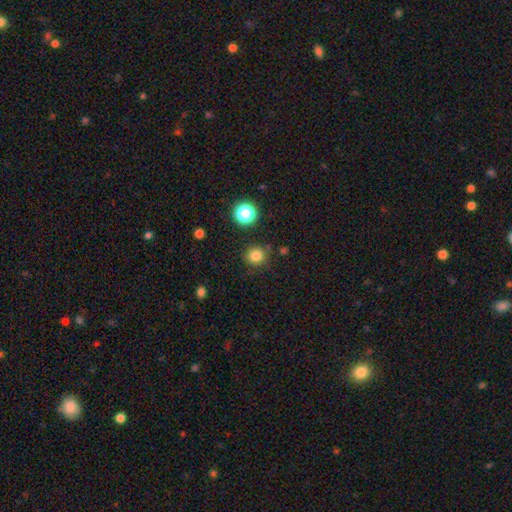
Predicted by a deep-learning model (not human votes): This appears to be a smooth galaxy with no disk features (81%) that is round (92%). Merging: none (85%).